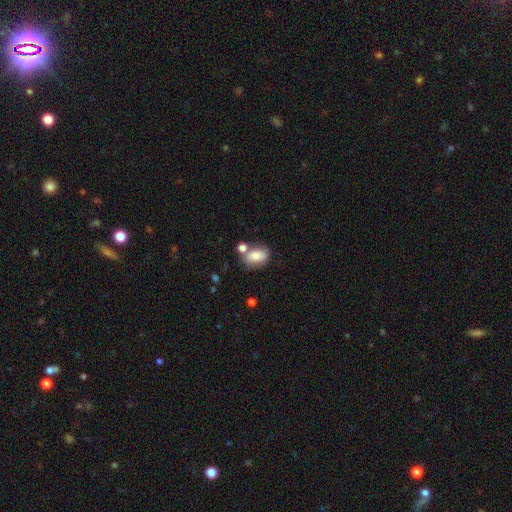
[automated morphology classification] Smooth or featured?
  - smooth: 74% *
  - featured or disk: 17%
  - star or artifact: 9%
How rounded?
  - in between: 78% *
  - round: 20%
  - cigar-shaped: 1%
Merging?
  - none: 54% *
  - merger: 23%
  - minor disturbance: 17%
  - major disturbance: 6%